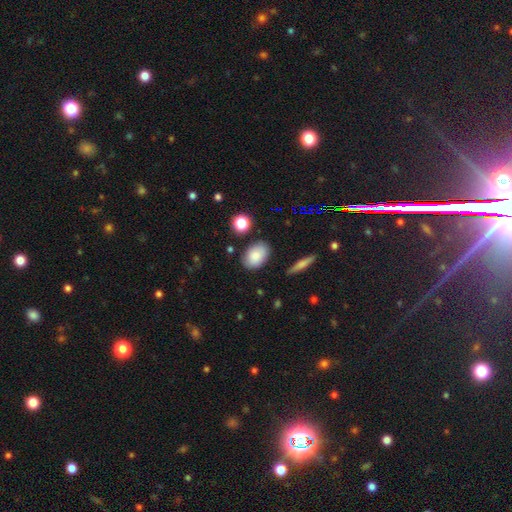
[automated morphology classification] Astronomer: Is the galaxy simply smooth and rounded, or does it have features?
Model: smooth — 82%.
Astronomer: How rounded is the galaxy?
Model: in between — 84%.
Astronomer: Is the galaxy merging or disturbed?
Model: none — 80%.